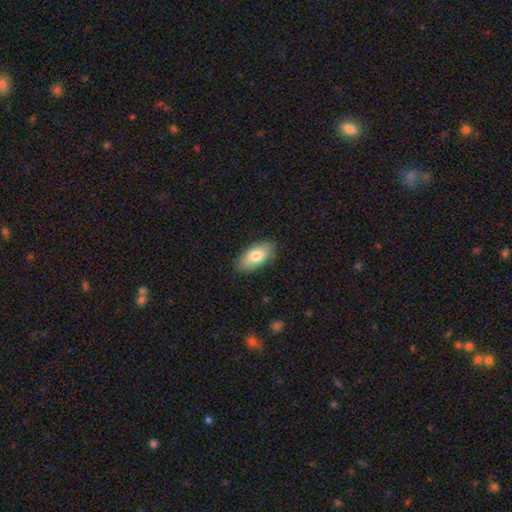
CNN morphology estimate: type=smooth (77%); roundness=in between (92%); merging=none (85%).